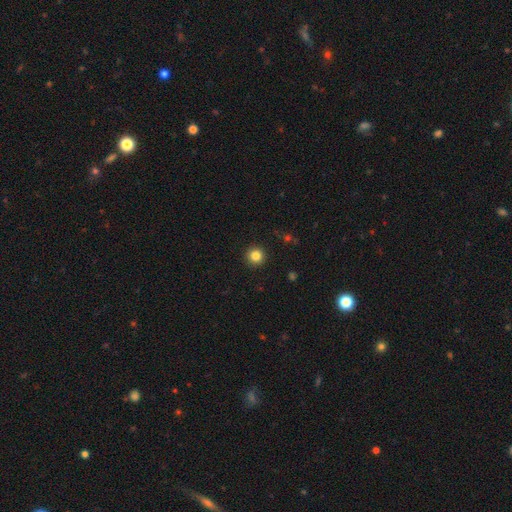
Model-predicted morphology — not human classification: A smooth galaxy with no disk features (84%) that is round (96%). Merging: none (93%).